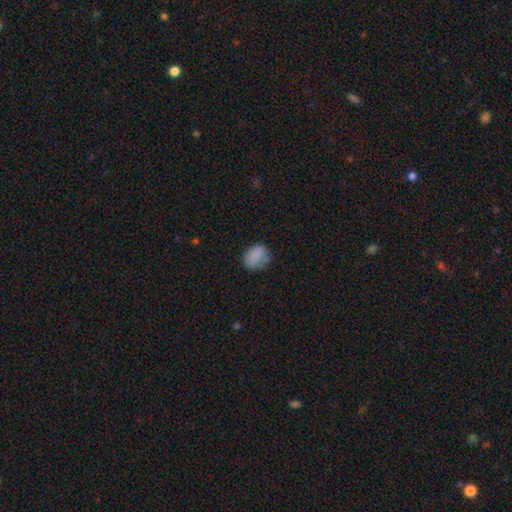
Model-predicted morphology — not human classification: A smooth galaxy with no disk features (85%) that is in between round and cigar-shaped (55%).

Vote fractions:
- Smooth or featured? smooth: 85% / star or artifact: 9% / featured or disk: 6%
- How rounded? in between: 55% / round: 44% / cigar-shaped: 1%
- Merging? none: 71% / minor disturbance: 22% / major disturbance: 5% / merger: 1%